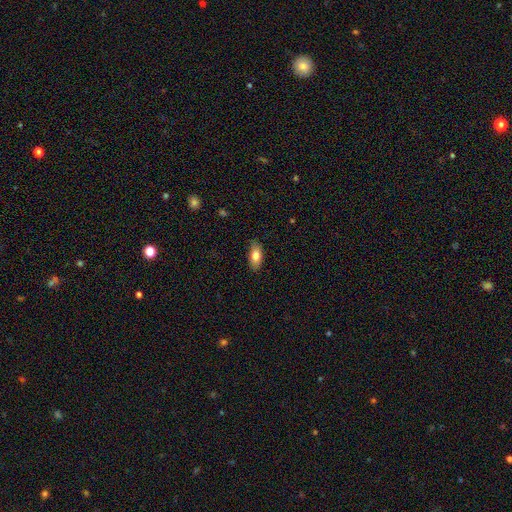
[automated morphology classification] type=smooth (78%); roundness=in between (85%); merging=none (83%).